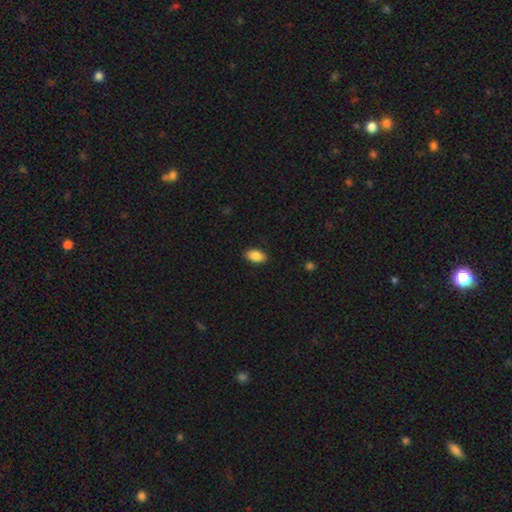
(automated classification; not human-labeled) Morphology: type=smooth (87%); roundness=in between (93%); merging=none (88%).